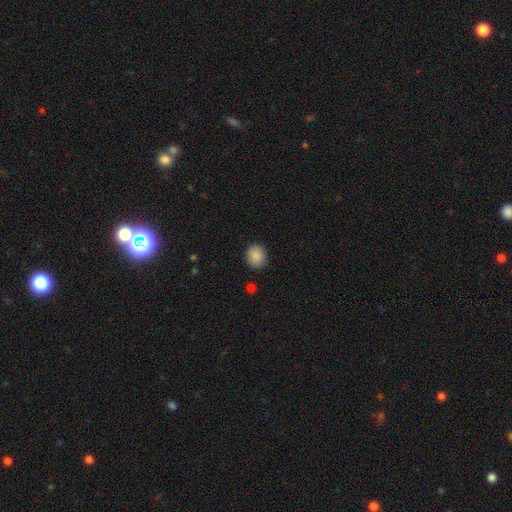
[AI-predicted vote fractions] A smooth galaxy with no disk features (88%) that is round (77%).

Vote fractions:
- Smooth or featured? smooth: 88% / star or artifact: 8% / featured or disk: 4%
- How rounded? round: 77% / in between: 22% / cigar-shaped: 1%
- Merging? none: 88% / minor disturbance: 8% / major disturbance: 2% / merger: 1%